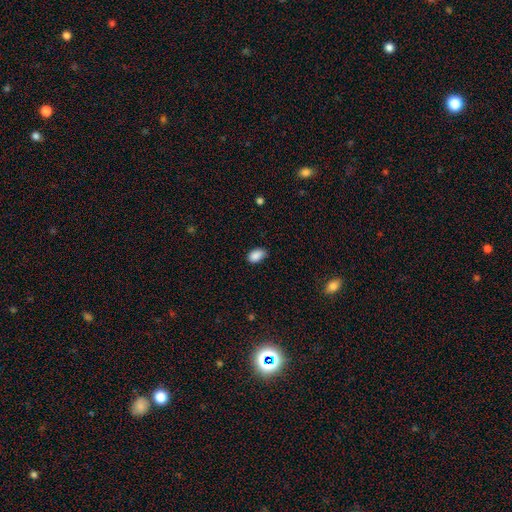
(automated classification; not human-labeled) Smooth or featured?
  - smooth: 88% *
  - star or artifact: 8%
  - featured or disk: 4%
How rounded?
  - in between: 89% *
  - round: 10%
  - cigar-shaped: 1%
Merging?
  - none: 74% *
  - minor disturbance: 21%
  - major disturbance: 3%
  - merger: 1%